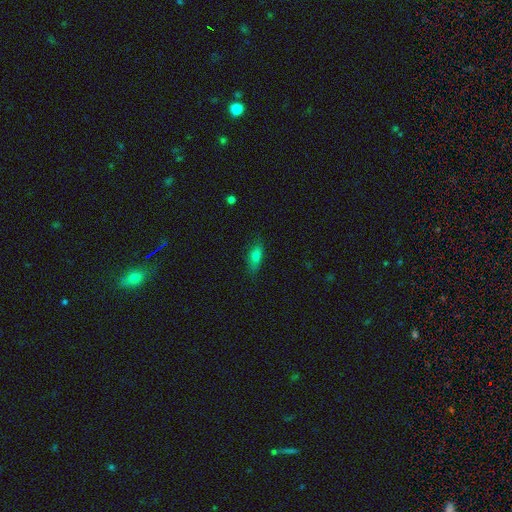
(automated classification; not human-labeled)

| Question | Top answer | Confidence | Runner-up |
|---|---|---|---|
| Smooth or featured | smooth | 73% | featured or disk (17%) |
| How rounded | in between | 67% | cigar-shaped (29%) |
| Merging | none | 78% | minor disturbance (17%) |